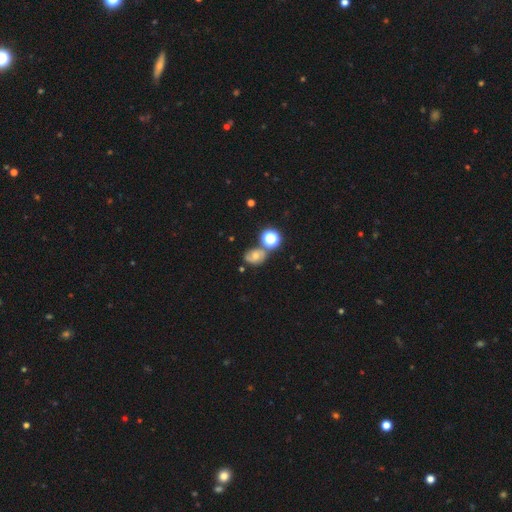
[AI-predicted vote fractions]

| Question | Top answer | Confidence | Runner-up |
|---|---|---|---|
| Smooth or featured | smooth | 41% | featured or disk (38%) |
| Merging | none | 59% | minor disturbance (19%) |